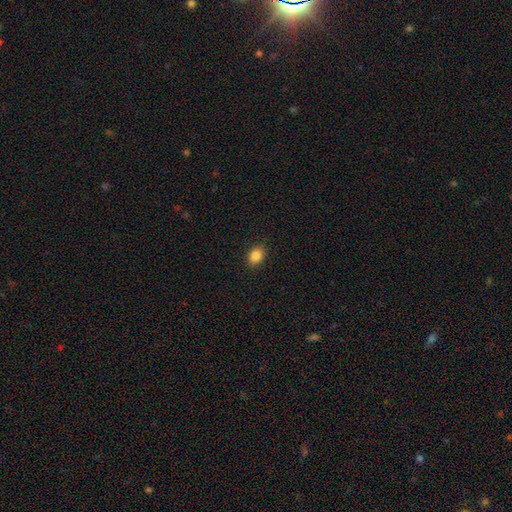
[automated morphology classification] smooth_or_featured: smooth (p=0.86) [alt: star or artifact p=0.09]
how_rounded: in between (p=0.69) [alt: round p=0.29]
merging: none (p=0.90) [alt: minor disturbance p=0.07]